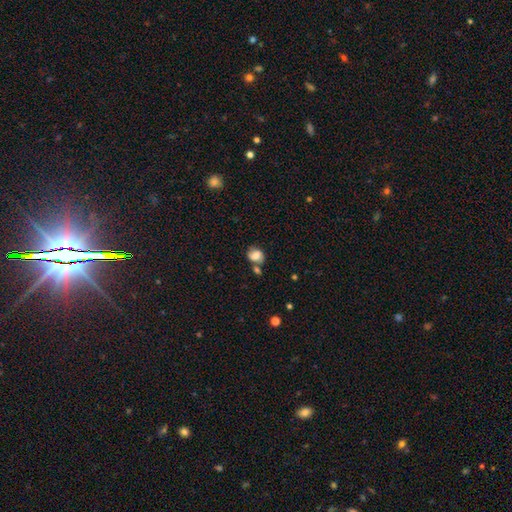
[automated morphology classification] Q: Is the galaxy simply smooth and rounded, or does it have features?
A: smooth — 73%.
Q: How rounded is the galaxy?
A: round — 51%.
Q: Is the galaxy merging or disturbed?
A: none — 48%.